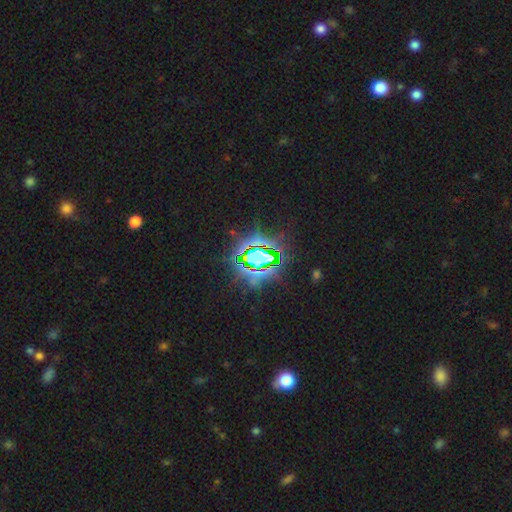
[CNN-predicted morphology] This is likely a star or artifact rather than a galaxy (79%).